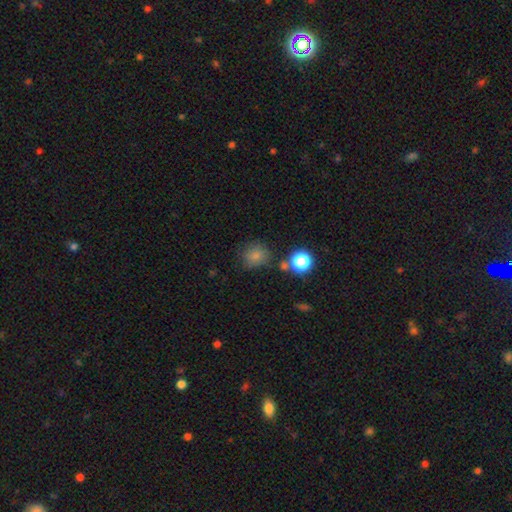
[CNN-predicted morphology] This is likely a smooth galaxy (79%). How rounded: clearly round (82%). Merging: likely none (73%).